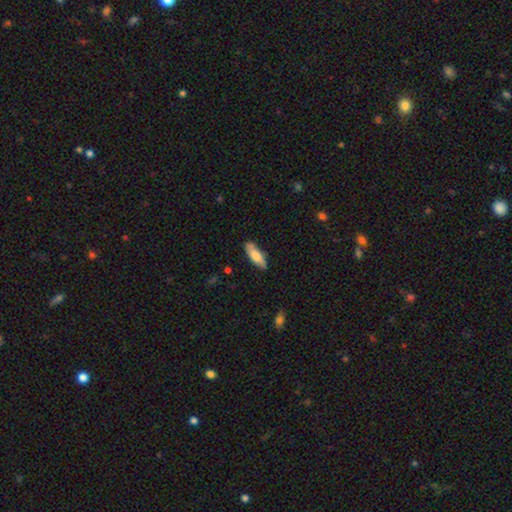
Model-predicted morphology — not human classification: Overall: smooth (71%). How rounded: in between (62%; cigar-shaped 36%). Merging: none (79%).